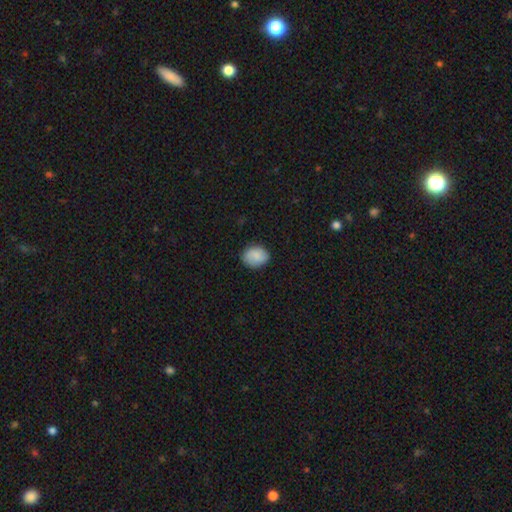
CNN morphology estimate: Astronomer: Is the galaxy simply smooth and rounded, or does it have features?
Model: smooth — 85%.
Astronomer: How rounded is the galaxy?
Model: in between — 56% (runner-up: round, 43%).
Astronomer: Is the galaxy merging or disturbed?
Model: none — 82%.